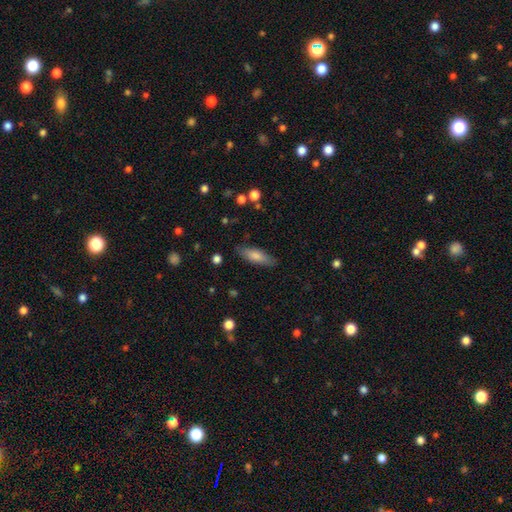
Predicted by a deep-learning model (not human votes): This is likely a smooth galaxy (76%). How rounded: possibly in between (54%). Merging: clearly none (84%).